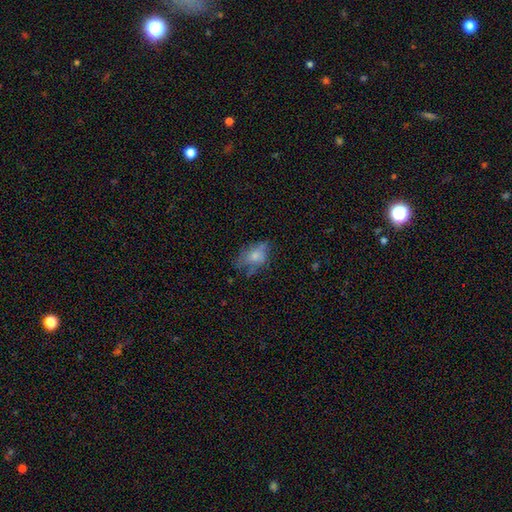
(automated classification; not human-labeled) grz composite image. It shows a smooth galaxy with no disk features (59%) that is in between round and cigar-shaped (82%). Merging: none (42%).